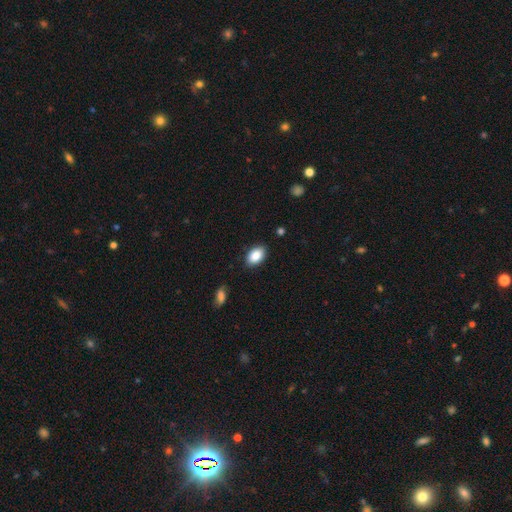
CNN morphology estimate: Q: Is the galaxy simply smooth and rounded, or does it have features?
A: smooth — 87%.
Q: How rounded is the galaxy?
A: in between — 91%.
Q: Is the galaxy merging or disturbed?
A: none — 86%.